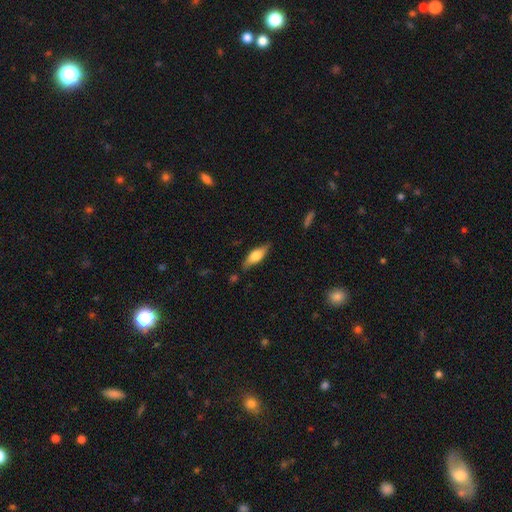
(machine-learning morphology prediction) type=smooth (51%); roundness=in between (59%); merging=none (77%).